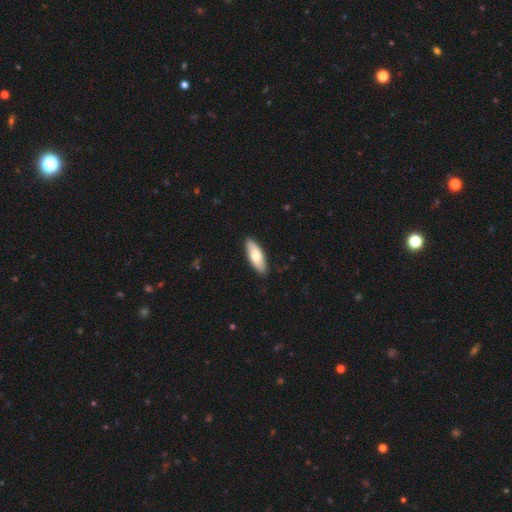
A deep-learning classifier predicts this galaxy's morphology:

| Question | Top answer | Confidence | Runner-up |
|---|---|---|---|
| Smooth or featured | smooth | 72% | featured or disk (23%) |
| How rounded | in between | 65% | cigar-shaped (33%) |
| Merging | none | 89% | minor disturbance (9%) |